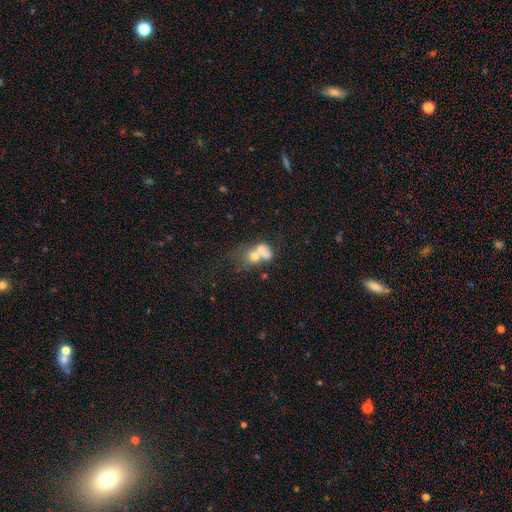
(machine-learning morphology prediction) Smooth or featured? smooth (58%)
How rounded? in between (53%)
Merging? merger (67%)